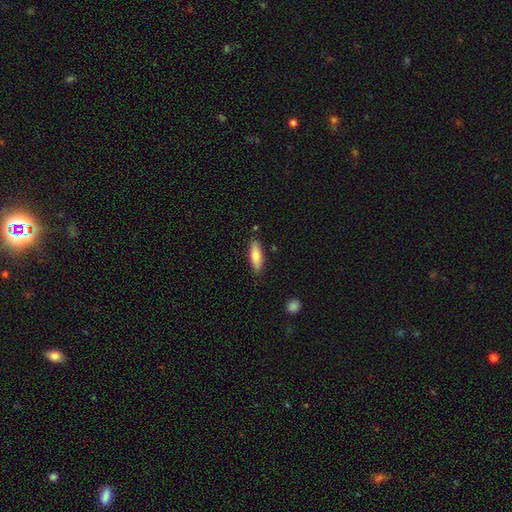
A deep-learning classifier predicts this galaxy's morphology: This appears to be a smooth galaxy with no disk features (74%) that is cigar-shaped (50%). Merging: none (85%).